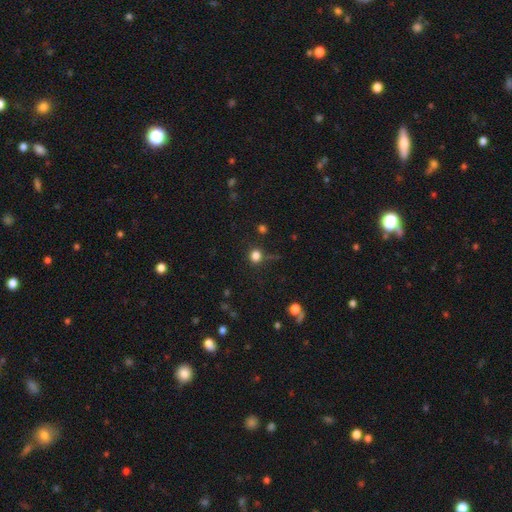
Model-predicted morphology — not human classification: smooth-or-featured: smooth: 79% | star or artifact: 16% | featured or disk: 5%
  how-rounded: round: 79% | in between: 20% | cigar-shaped: 1%
  merging: none: 75% | minor disturbance: 15% | major disturbance: 6% | merger: 4%